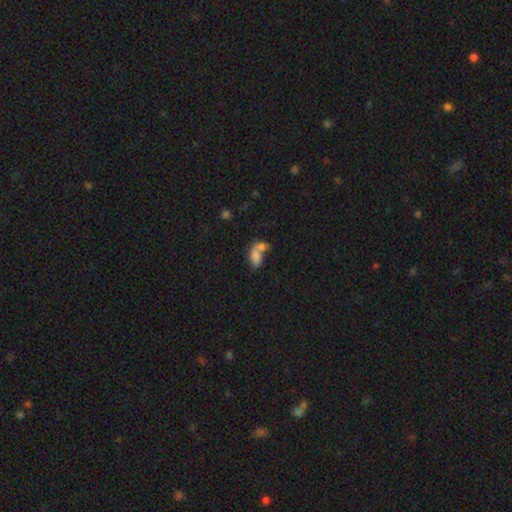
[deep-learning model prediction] smooth_or_featured: smooth (p=0.76) [alt: featured or disk p=0.13]
how_rounded: in between (p=0.89) [alt: round p=0.08]
merging: merger (p=0.63) [alt: none p=0.22]